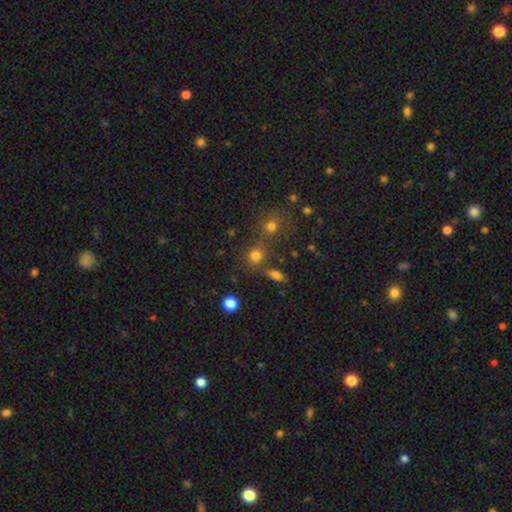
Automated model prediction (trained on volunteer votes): Morphology: type=smooth (76%); roundness=round (80%); merging=none (61%).